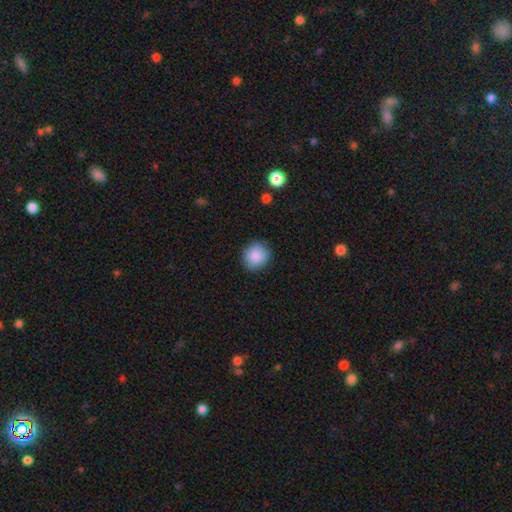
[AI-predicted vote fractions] Morphology: type=smooth (87%); roundness=round (84%); merging=none (87%).